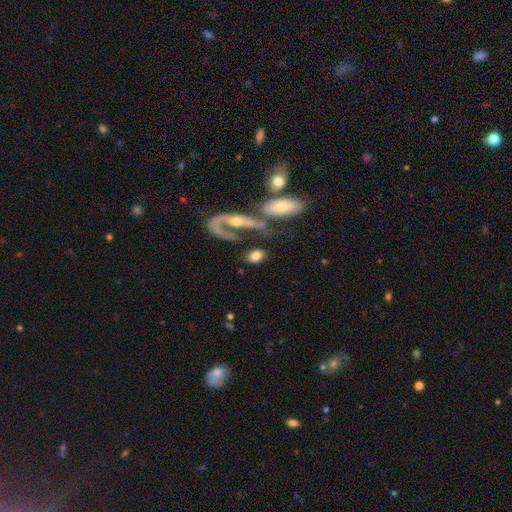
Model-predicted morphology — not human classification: The model was most divided on "merging": none: 47%, merger: 27%, major disturbance: 13%, minor disturbance: 13%. More confident: how rounded — in between (84%); smooth or featured — smooth (66%).